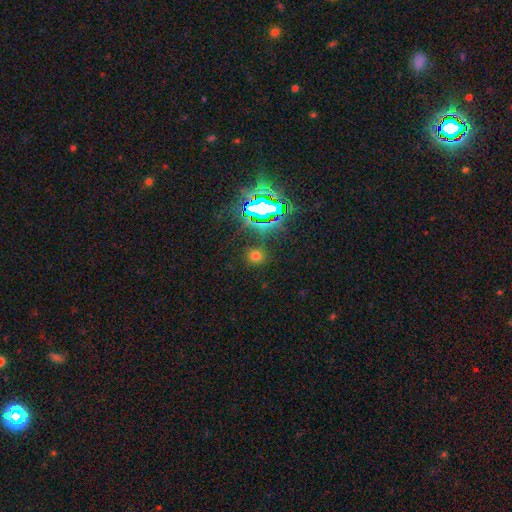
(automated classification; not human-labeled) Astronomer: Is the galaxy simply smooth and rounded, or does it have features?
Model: smooth — 57% (runner-up: star or artifact, 36%).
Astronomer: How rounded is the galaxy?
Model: round — 88%.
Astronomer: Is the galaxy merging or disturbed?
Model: none — 86%.